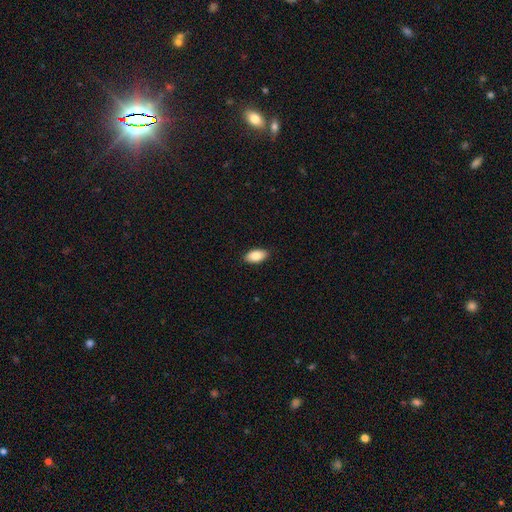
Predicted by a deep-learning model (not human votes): Smooth or featured? Predicted: smooth (p=0.86). How rounded? Predicted: in between (p=0.94). Merging? Predicted: none (p=0.89).